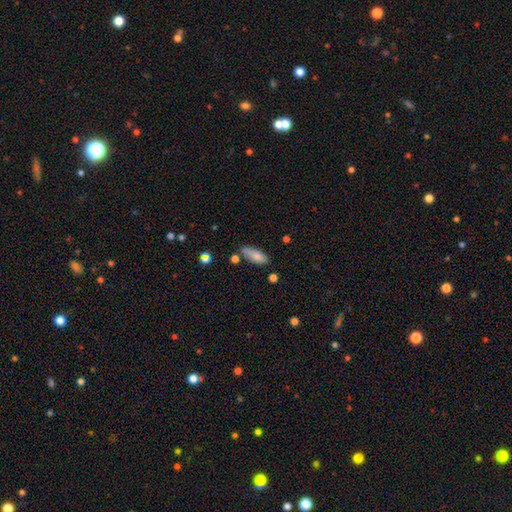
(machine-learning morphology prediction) This appears to be a smooth galaxy with no disk features (80%) that is in between round and cigar-shaped (72%). Merging: none (65%).